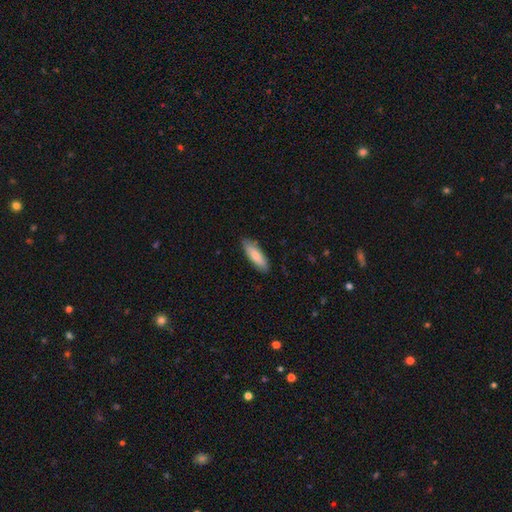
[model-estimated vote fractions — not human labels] This appears to be a smooth galaxy with no disk features (79%) that is in between round and cigar-shaped (51%). Merging: none (86%).